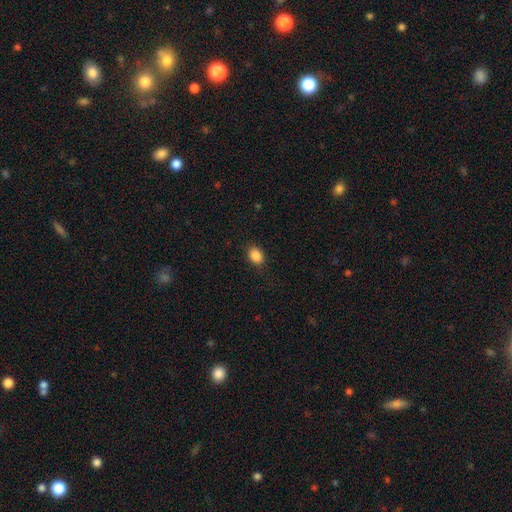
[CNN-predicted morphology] Smooth or featured?
  - smooth: 88% *
  - star or artifact: 9%
  - featured or disk: 3%
How rounded?
  - in between: 66% *
  - round: 33%
  - cigar-shaped: 1%
Merging?
  - none: 88% *
  - minor disturbance: 9%
  - major disturbance: 2%
  - merger: 1%